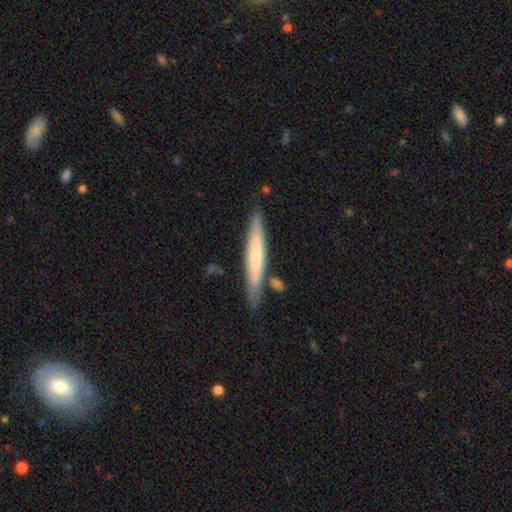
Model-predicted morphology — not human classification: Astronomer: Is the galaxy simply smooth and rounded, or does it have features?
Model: smooth — 53% (runner-up: featured or disk, 42%).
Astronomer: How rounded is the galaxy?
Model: cigar-shaped — 94%.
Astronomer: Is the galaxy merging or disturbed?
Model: none — 81%.